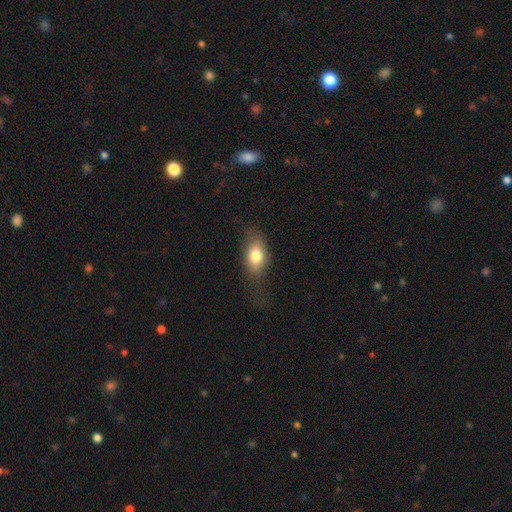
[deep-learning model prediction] Smooth or featured? smooth (78%)
How rounded? in between (85%)
Merging? none (64%)